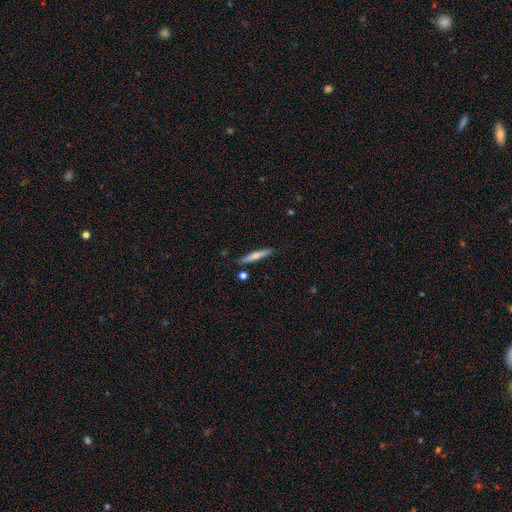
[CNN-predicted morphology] Smooth or featured?
  - smooth: 49% *
  - featured or disk: 45%
  - star or artifact: 6%
Merging?
  - none: 85% *
  - minor disturbance: 10%
  - merger: 3%
  - major disturbance: 2%